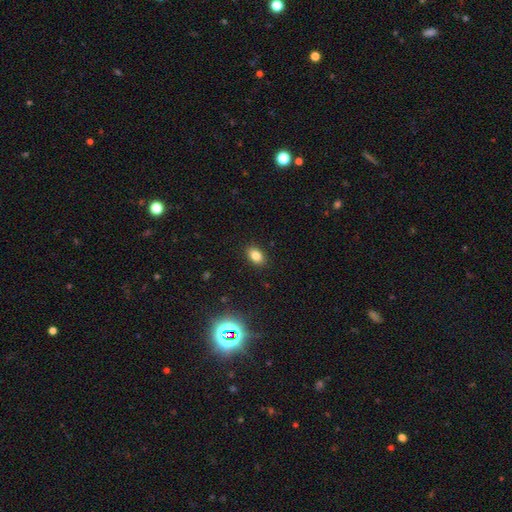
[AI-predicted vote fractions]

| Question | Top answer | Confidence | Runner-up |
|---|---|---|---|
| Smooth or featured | smooth | 81% | star or artifact (12%) |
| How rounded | in between | 83% | round (15%) |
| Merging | none | 89% | minor disturbance (8%) |